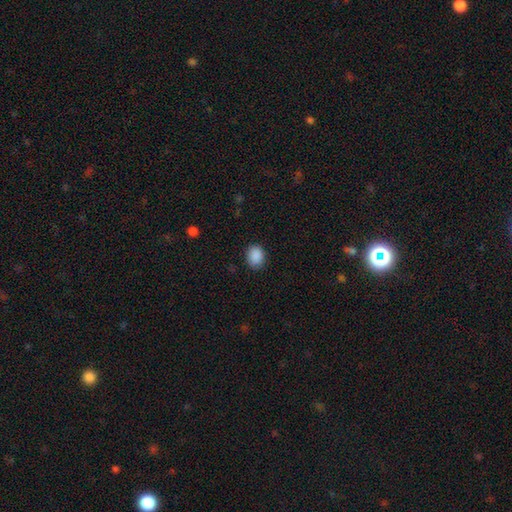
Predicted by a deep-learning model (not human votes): Smooth or featured: smooth — 89% (star or artifact — 8%)
How rounded: in between — 52% (round — 47%)
Merging: none — 86% (minor disturbance — 10%)